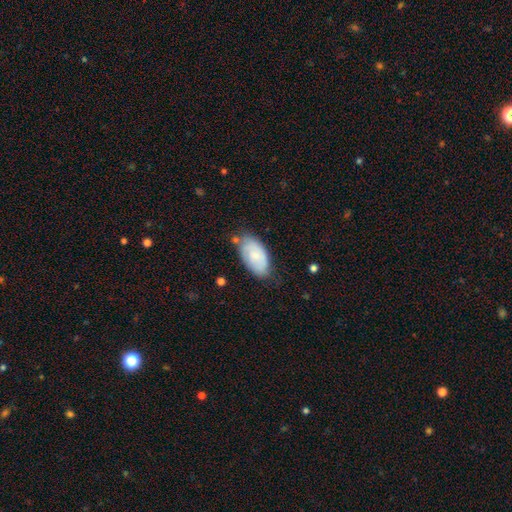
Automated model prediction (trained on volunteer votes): Smooth or featured? Predicted: smooth (p=0.64). How rounded? Predicted: in between (p=0.94). Merging? Predicted: none (p=0.62).